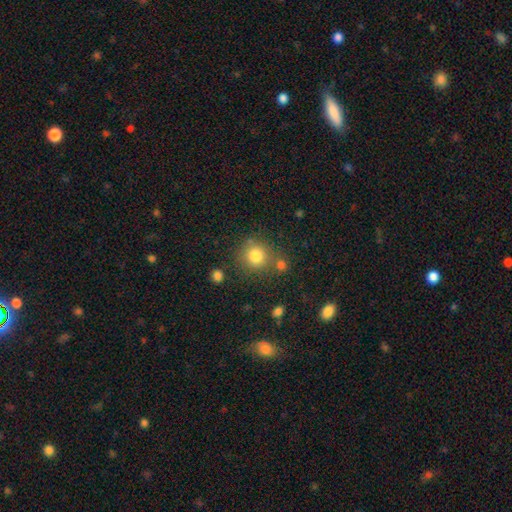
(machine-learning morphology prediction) Smooth or featured? smooth (80%)
How rounded? round (90%)
Merging? none (73%)